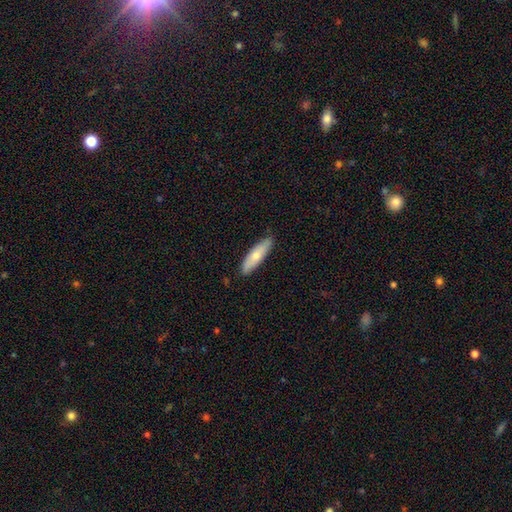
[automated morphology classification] Smooth or featured? Predicted: smooth (p=0.67). How rounded? Predicted: cigar-shaped (p=0.61). Merging? Predicted: none (p=0.85).